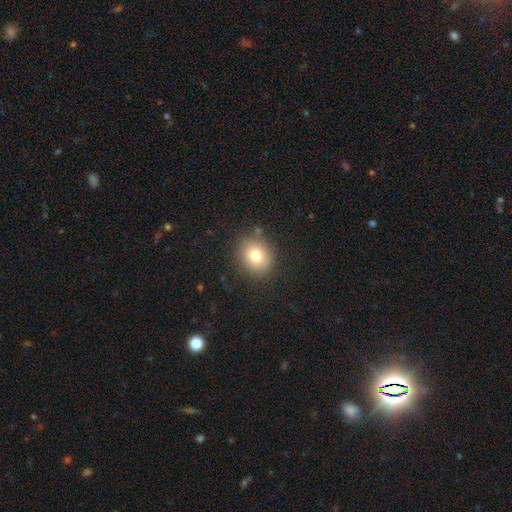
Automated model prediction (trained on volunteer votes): smooth_or_featured: smooth (p=0.77) [alt: star or artifact p=0.12]
how_rounded: round (p=0.73) [alt: in between p=0.26]
merging: none (p=0.84) [alt: minor disturbance p=0.10]